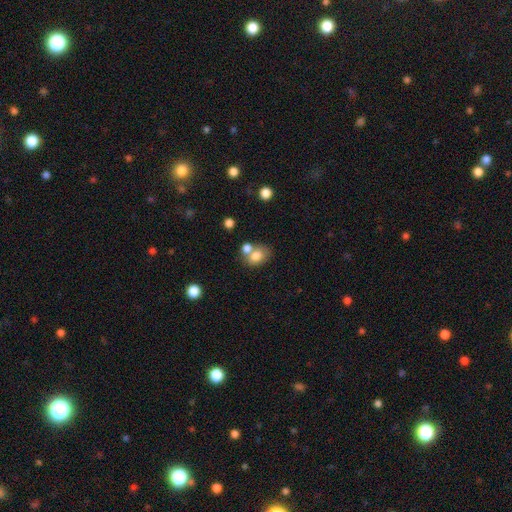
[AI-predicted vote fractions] Smooth or featured?
  - smooth: 78% *
  - featured or disk: 13%
  - star or artifact: 10%
How rounded?
  - in between: 64% *
  - round: 34%
  - cigar-shaped: 1%
Merging?
  - none: 46% *
  - merger: 37%
  - minor disturbance: 12%
  - major disturbance: 5%